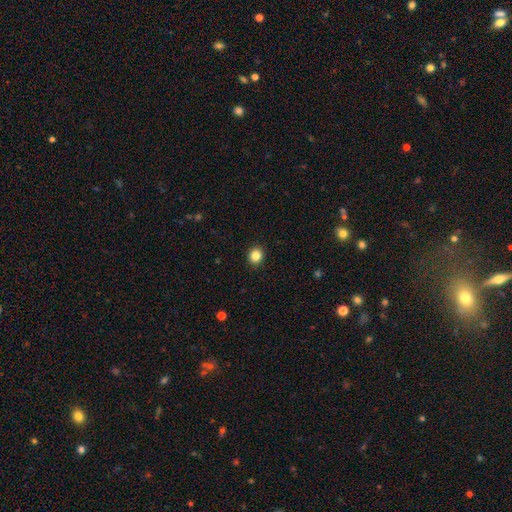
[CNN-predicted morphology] type=smooth (85%); roundness=round (82%); merging=none (92%).